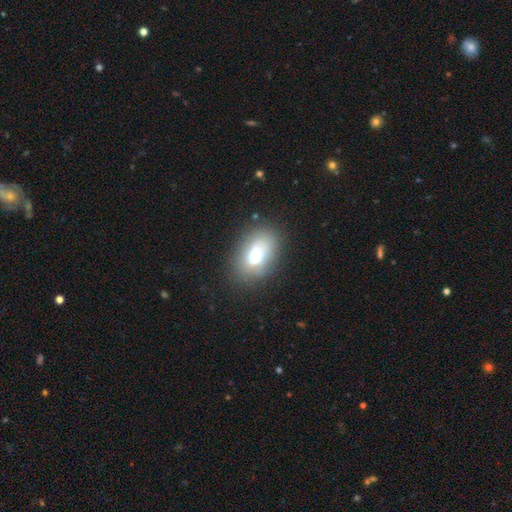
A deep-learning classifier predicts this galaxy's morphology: Q: Smooth or featured?
A: smooth (65%); runner-up: featured or disk (23%)
Q: How rounded?
A: in between (79%); runner-up: round (19%)
Q: Merging?
A: none (71%); runner-up: minor disturbance (17%)